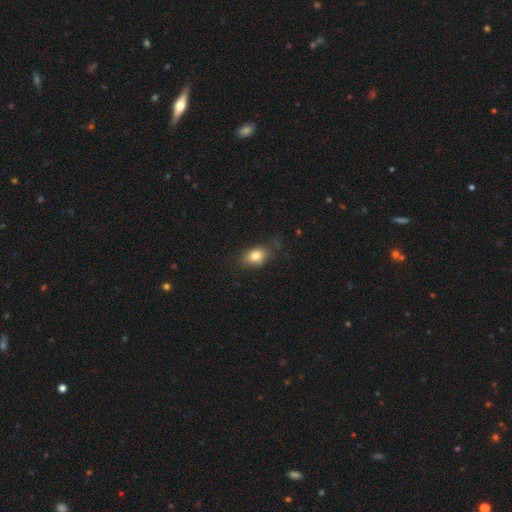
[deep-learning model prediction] A smooth galaxy with no disk features (81%) that is in between round and cigar-shaped (74%).

Vote fractions:
- Smooth or featured? smooth: 81% / featured or disk: 10% / star or artifact: 9%
- How rounded? in between: 74% / round: 23% / cigar-shaped: 2%
- Merging? none: 69% / minor disturbance: 23% / major disturbance: 7% / merger: 1%